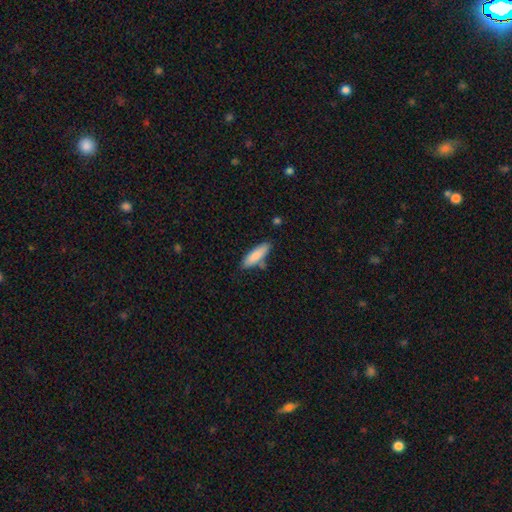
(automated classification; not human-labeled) Q: Smooth or featured?
A: smooth (83%); runner-up: featured or disk (11%)
Q: How rounded?
A: cigar-shaped (56%); runner-up: in between (43%)
Q: Merging?
A: none (73%); runner-up: minor disturbance (16%)